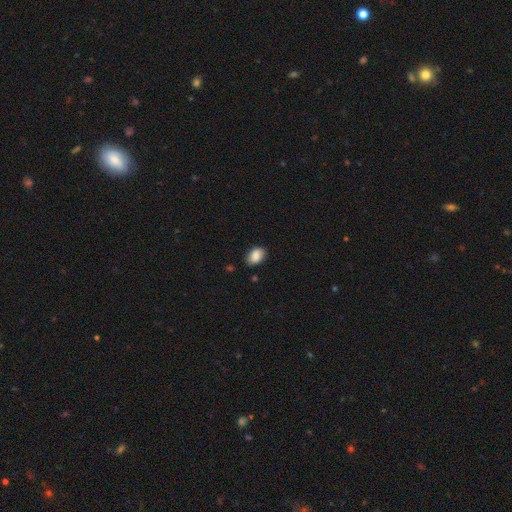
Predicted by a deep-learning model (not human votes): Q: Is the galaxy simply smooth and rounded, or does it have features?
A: smooth — 87%.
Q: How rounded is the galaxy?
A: in between — 86%.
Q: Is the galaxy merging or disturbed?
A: none — 80%.